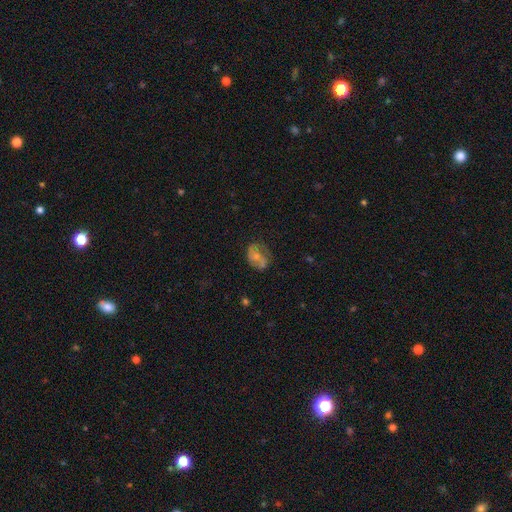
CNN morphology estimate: This is possibly a featured or disk galaxy (58%). It is clearly not viewed edge-on (97%). Bar: likely no (66%). Spiral arm pattern: likely yes (76%). Central bulge: possibly small (47%). Merging: likely none (62%).